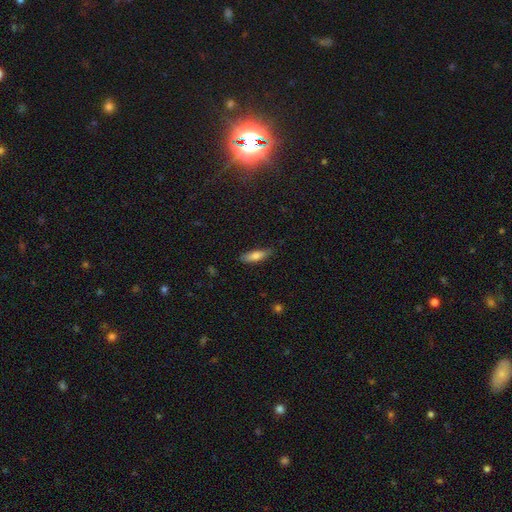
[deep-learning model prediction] Smooth or featured? Predicted: smooth (p=0.76). How rounded? Predicted: cigar-shaped (p=0.54). Merging? Predicted: none (p=0.82).